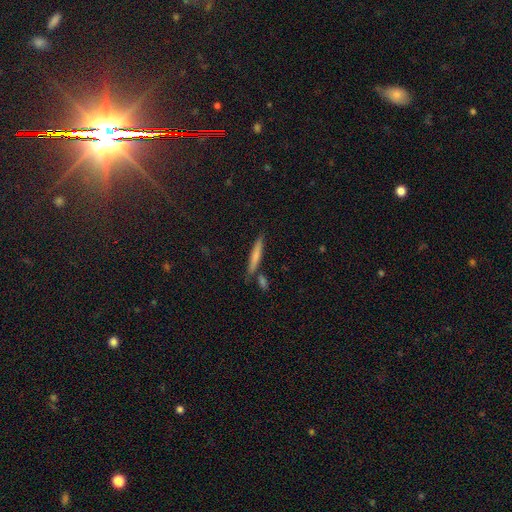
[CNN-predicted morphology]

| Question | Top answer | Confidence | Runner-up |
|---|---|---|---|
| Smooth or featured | smooth | 67% | featured or disk (27%) |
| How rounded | cigar-shaped | 93% | in between (5%) |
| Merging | none | 78% | minor disturbance (11%) |